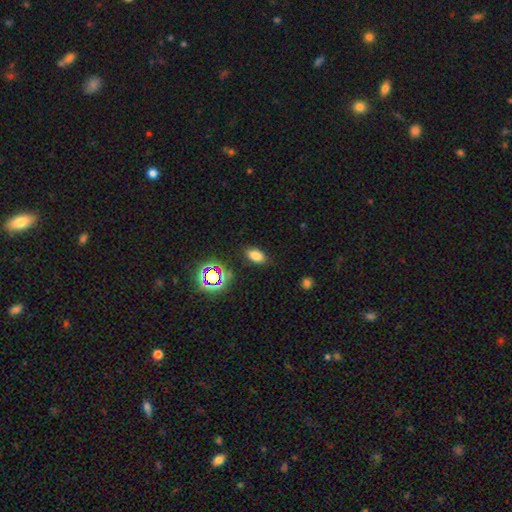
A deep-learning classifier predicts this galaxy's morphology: A smooth galaxy with no disk features (75%) that is in between round and cigar-shaped (88%). Merging: none (85%).